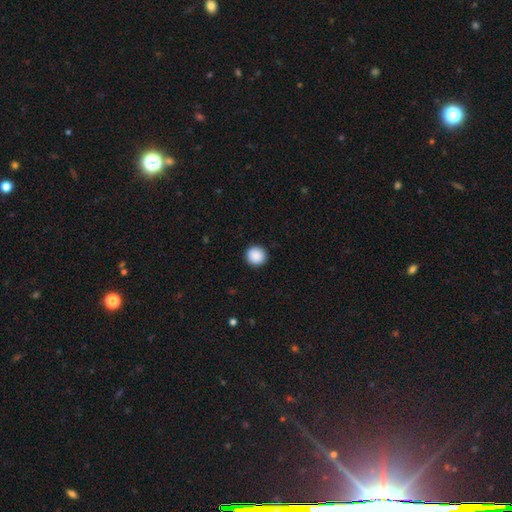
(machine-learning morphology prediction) Smooth or featured? smooth (89%)
How rounded? round (95%)
Merging? none (93%)